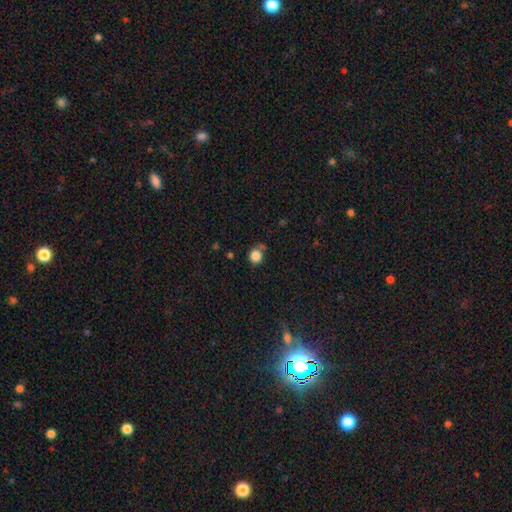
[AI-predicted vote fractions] A smooth galaxy with no disk features (84%) that is round (84%).

Vote fractions:
- Smooth or featured? smooth: 84% / star or artifact: 11% / featured or disk: 5%
- How rounded? round: 84% / in between: 15% / cigar-shaped: 1%
- Merging? none: 65% / minor disturbance: 19% / merger: 10% / major disturbance: 6%